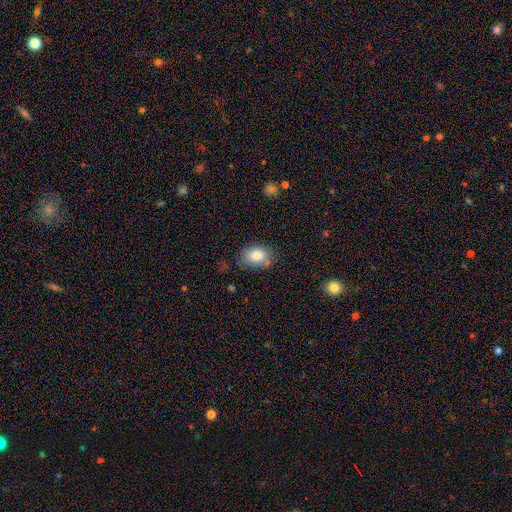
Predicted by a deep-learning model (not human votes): A smooth galaxy with no disk features (81%) that is in between round and cigar-shaped (77%). Merging: none (72%).